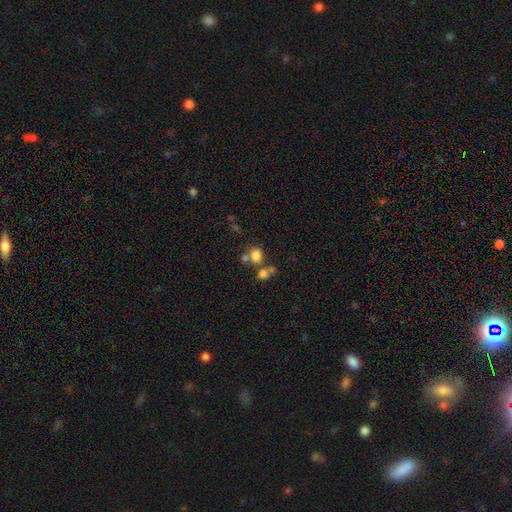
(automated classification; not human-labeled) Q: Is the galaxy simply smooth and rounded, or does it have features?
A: smooth — 75%.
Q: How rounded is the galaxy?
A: in between — 50%.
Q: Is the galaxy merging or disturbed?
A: none — 46%.